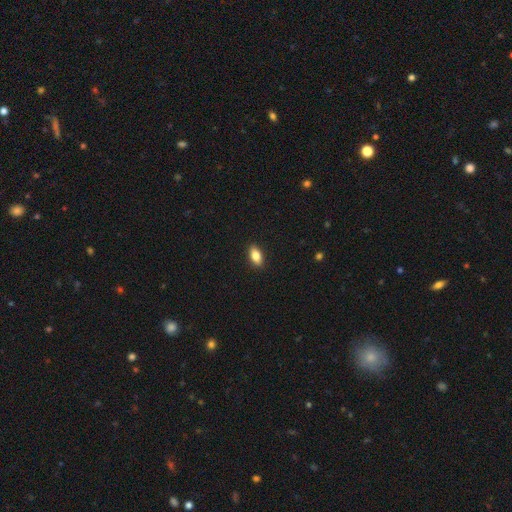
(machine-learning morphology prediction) type=smooth (82%); roundness=in between (88%); merging=none (90%).